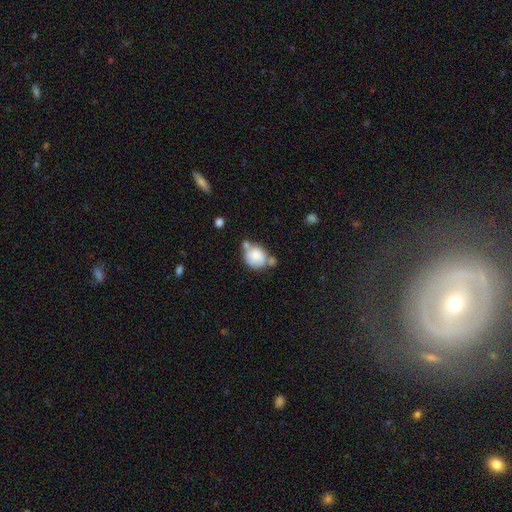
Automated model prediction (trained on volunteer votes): smooth-or-featured: smooth: 73% | featured or disk: 19% | star or artifact: 8%
  how-rounded: round: 58% | in between: 41% | cigar-shaped: 1%
  merging: none: 34% (tied) | merger: 34% (tied) | minor disturbance: 23% | major disturbance: 9%